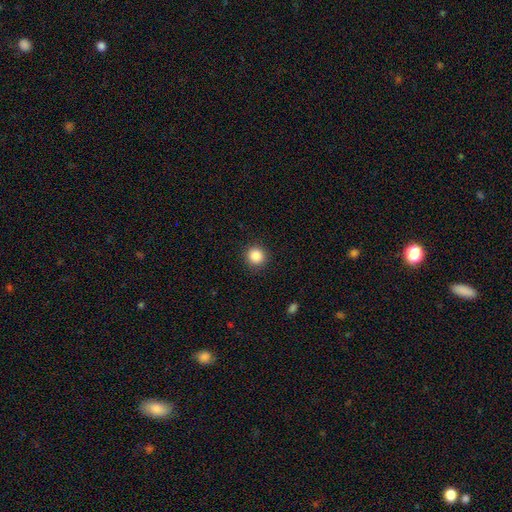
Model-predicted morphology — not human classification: Smooth or featured: smooth — 87% (star or artifact — 10%)
How rounded: round — 94% (in between — 5%)
Merging: none — 91% (minor disturbance — 6%)